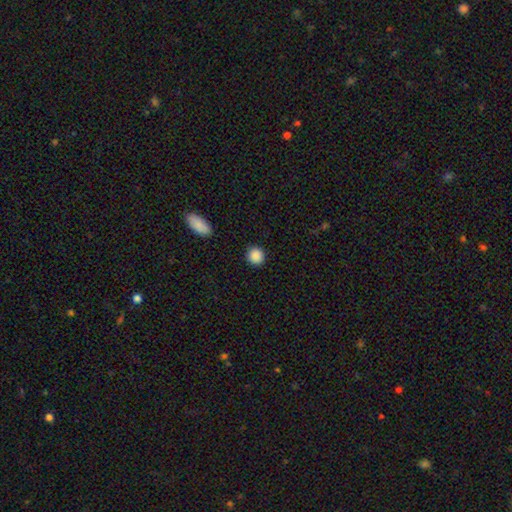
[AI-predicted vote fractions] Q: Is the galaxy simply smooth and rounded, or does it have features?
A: smooth — 89%.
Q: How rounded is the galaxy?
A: round — 90%.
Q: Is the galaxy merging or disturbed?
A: none — 91%.